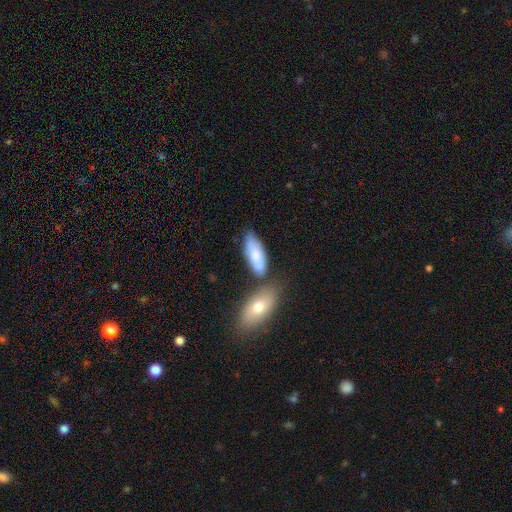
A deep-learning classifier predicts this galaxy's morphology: Overall: smooth (71%). How rounded: in between (75%). Merging: none (51%; merger 26%).